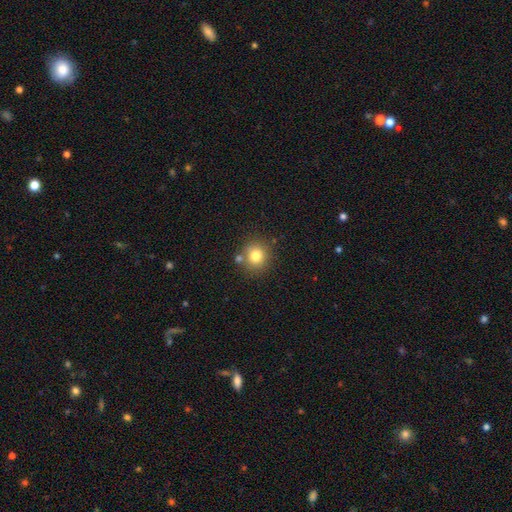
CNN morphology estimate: The model was most divided on "merging": none: 75%, merger: 12%, minor disturbance: 10%, major disturbance: 3%. More confident: how rounded — round (87%); smooth or featured — smooth (79%).